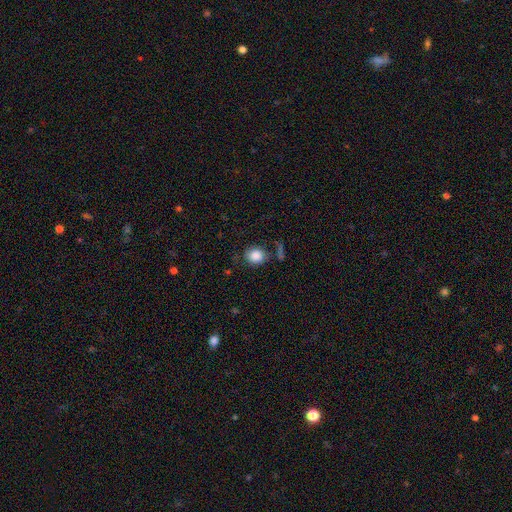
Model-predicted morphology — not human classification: Smooth or featured? Predicted: smooth (p=0.86). How rounded? Predicted: round (p=0.70). Merging? Predicted: none (p=0.72).